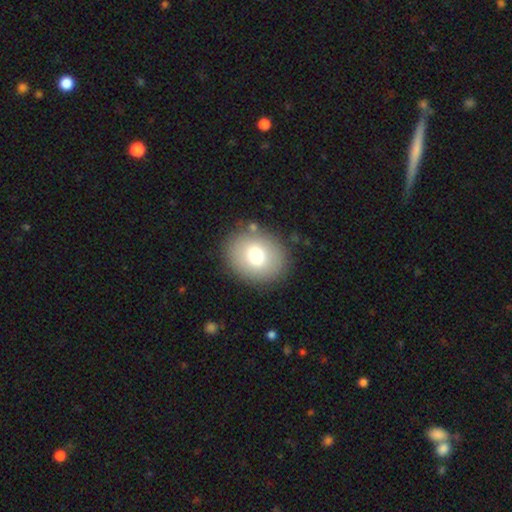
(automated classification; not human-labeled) A smooth galaxy with no disk features (73%) that is round (68%).

Vote fractions:
- Smooth or featured? smooth: 73% / featured or disk: 16% / star or artifact: 11%
- How rounded? round: 68% / in between: 31% / cigar-shaped: 1%
- Merging? none: 86% / minor disturbance: 8% / major disturbance: 3% / merger: 2%